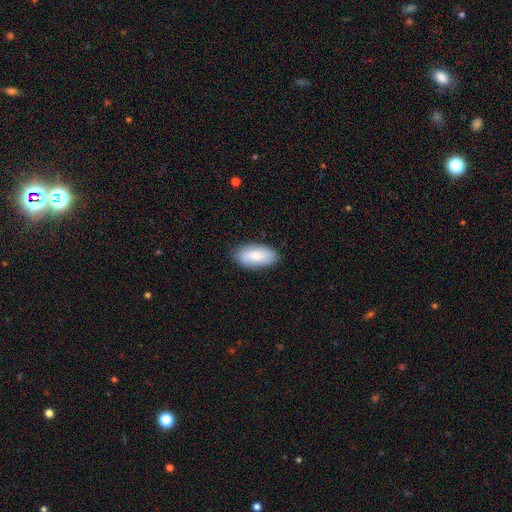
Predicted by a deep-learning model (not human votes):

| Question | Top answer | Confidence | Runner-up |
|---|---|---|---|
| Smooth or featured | smooth | 80% | featured or disk (14%) |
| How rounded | in between | 93% | cigar-shaped (5%) |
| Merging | none | 84% | minor disturbance (13%) |